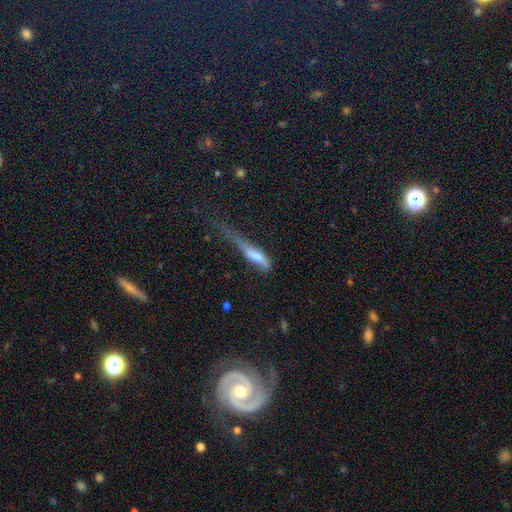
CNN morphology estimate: A smooth galaxy with no disk features (69%) that is cigar-shaped (68%). Merging: major disturbance (49%).